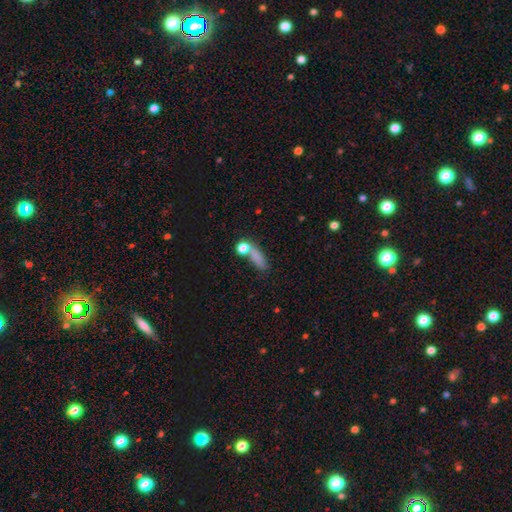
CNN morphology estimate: Q: Smooth or featured?
A: smooth (72%); runner-up: star or artifact (15%)
Q: How rounded?
A: cigar-shaped (52%); runner-up: in between (34%)
Q: Merging?
A: none (51%); runner-up: merger (21%)